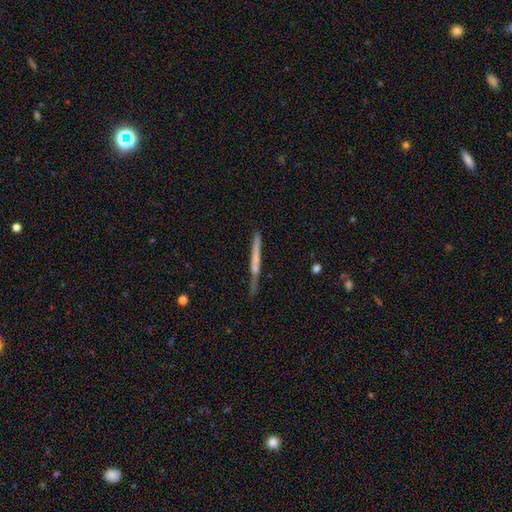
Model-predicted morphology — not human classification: Smooth or featured? featured or disk (53%)
Edge-on disk? yes (95%)
Edge-on bulge? none (63%)
Merging? none (73%)